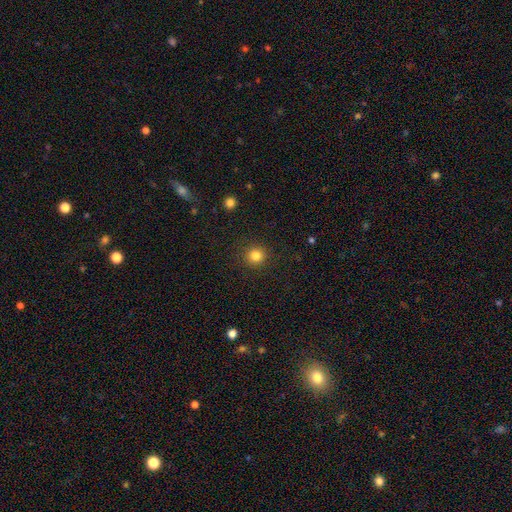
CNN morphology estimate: A smooth galaxy with no disk features (83%) that is round (93%).

Vote fractions:
- Smooth or featured? smooth: 83% / star or artifact: 12% / featured or disk: 5%
- How rounded? round: 93% / in between: 6% / cigar-shaped: 1%
- Merging? none: 91% / minor disturbance: 6% / major disturbance: 2% / merger: 1%